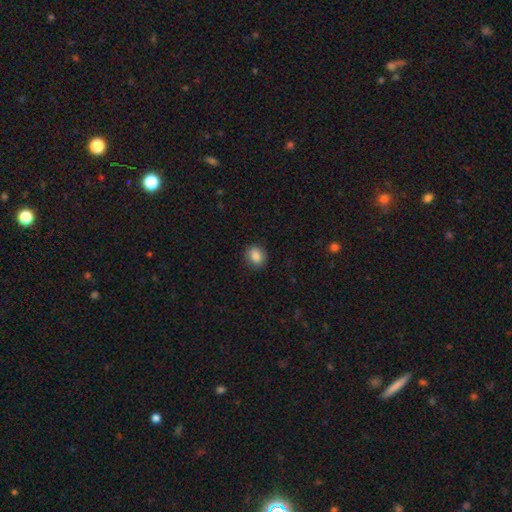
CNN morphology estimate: A smooth galaxy with no disk features (87%) that is round (65%).

Vote fractions:
- Smooth or featured? smooth: 87% / star or artifact: 9% / featured or disk: 4%
- How rounded? round: 65% / in between: 34% / cigar-shaped: 1%
- Merging? none: 84% / minor disturbance: 12% / major disturbance: 3% / merger: 1%